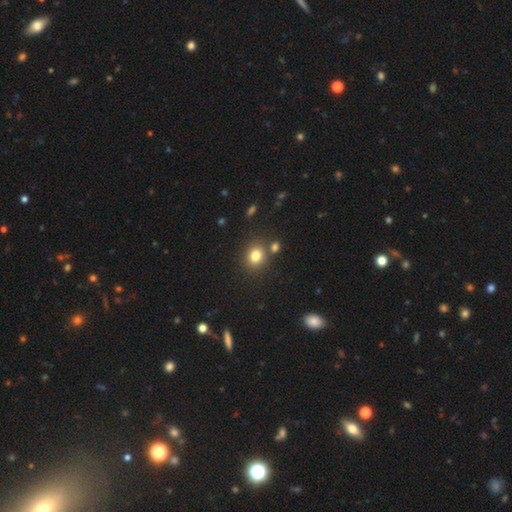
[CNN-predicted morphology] A smooth galaxy with no disk features (80%) that is round (69%).

Vote fractions:
- Smooth or featured? smooth: 80% / star or artifact: 13% / featured or disk: 7%
- How rounded? round: 69% / in between: 30% / cigar-shaped: 1%
- Merging? none: 76% / merger: 12% / minor disturbance: 10% / major disturbance: 3%